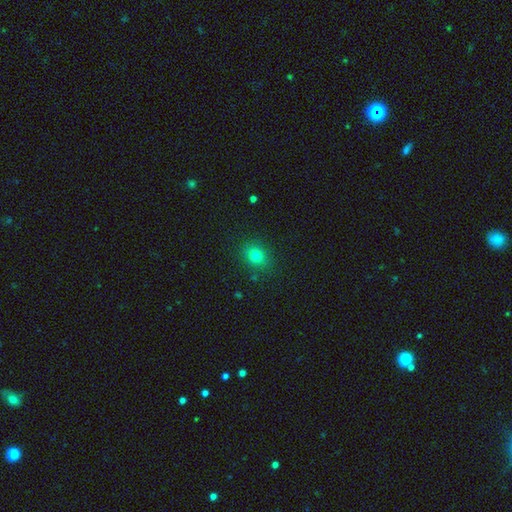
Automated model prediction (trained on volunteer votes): smooth_or_featured: smooth (p=0.77) [alt: star or artifact p=0.15]
how_rounded: round (p=0.61) [alt: in between p=0.38]
merging: none (p=0.86) [alt: minor disturbance p=0.09]